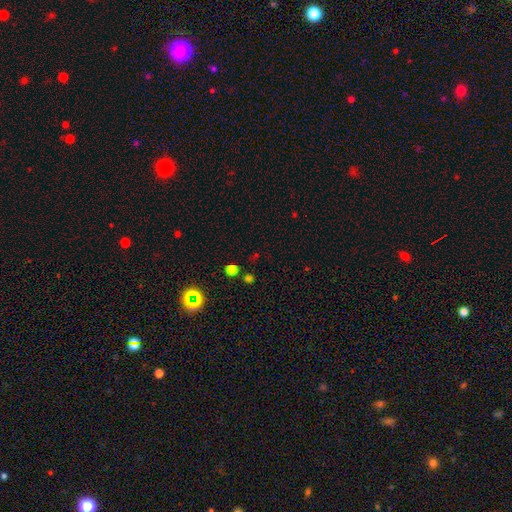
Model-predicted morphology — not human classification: Smooth or featured? smooth (50%)
Merging? none (76%)